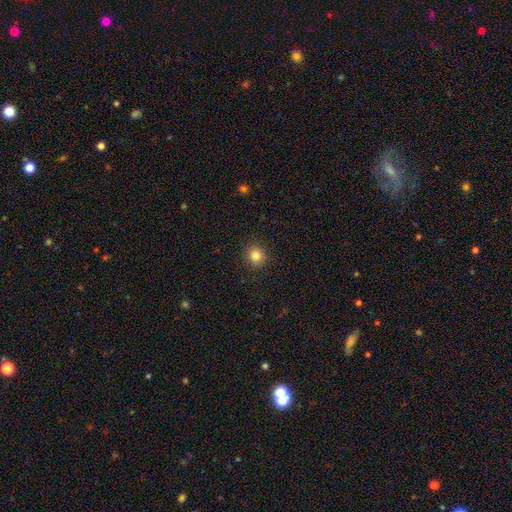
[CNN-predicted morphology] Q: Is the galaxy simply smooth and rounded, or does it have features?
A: smooth — 83%.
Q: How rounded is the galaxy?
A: round — 91%.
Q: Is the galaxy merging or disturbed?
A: none — 91%.